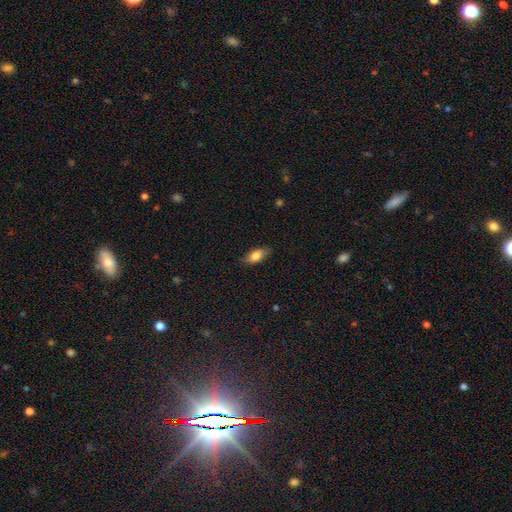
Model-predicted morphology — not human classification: Overall: smooth (80%). How rounded: in between (86%). Merging: none (82%).